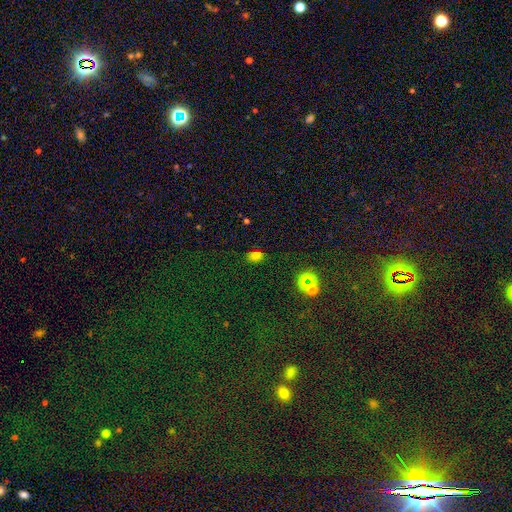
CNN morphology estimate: The model was most divided on "smooth or featured": smooth: 71%, star or artifact: 24%, featured or disk: 5%. More confident: merging — none (82%); how rounded — in between (82%).